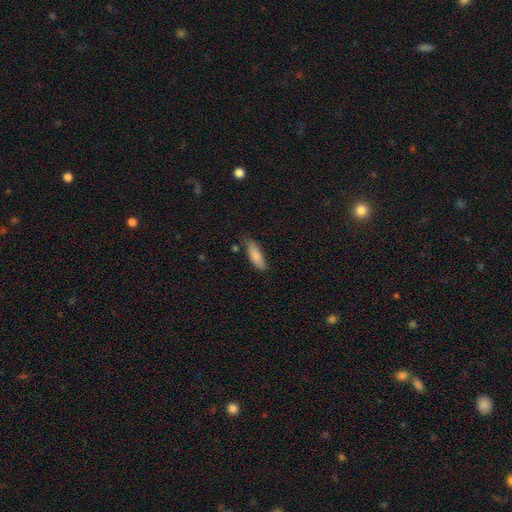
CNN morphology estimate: Smooth or featured: smooth — 83% (featured or disk — 10%)
How rounded: in between — 53% (cigar-shaped — 45%)
Merging: none — 71% (minor disturbance — 22%)